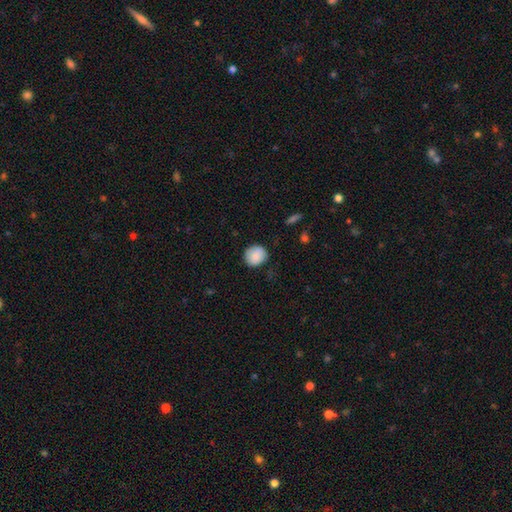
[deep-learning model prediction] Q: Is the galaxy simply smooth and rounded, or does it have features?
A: smooth — 86%.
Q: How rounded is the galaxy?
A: round — 85%.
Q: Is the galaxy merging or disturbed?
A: none — 83%.